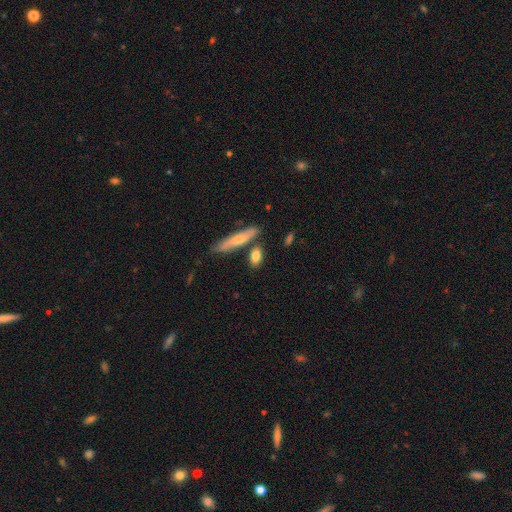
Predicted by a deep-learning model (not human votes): smooth 78%, featured or disk 16%, star or artifact 7%. Down the decision tree: how rounded — in between (55%); merging — none (70%).